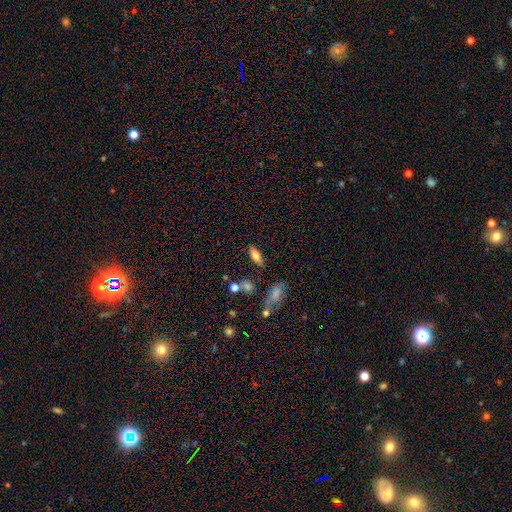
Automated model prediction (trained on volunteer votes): This appears to be a smooth galaxy with no disk features (65%) that is in between round and cigar-shaped (73%). Merging: none (80%).